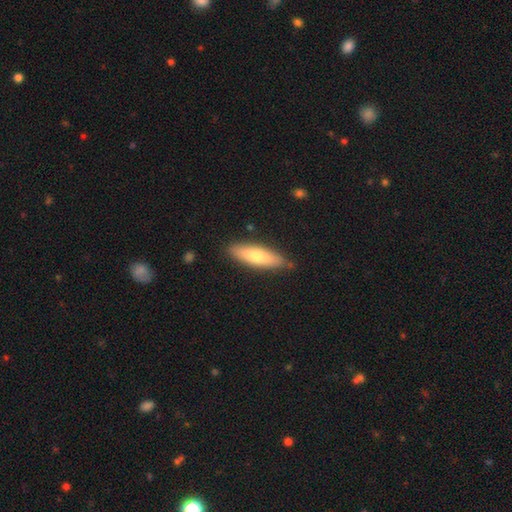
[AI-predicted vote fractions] Smooth or featured: smooth — 63% (featured or disk — 31%)
How rounded: cigar-shaped — 61% (in between — 37%)
Merging: none — 86% (minor disturbance — 11%)